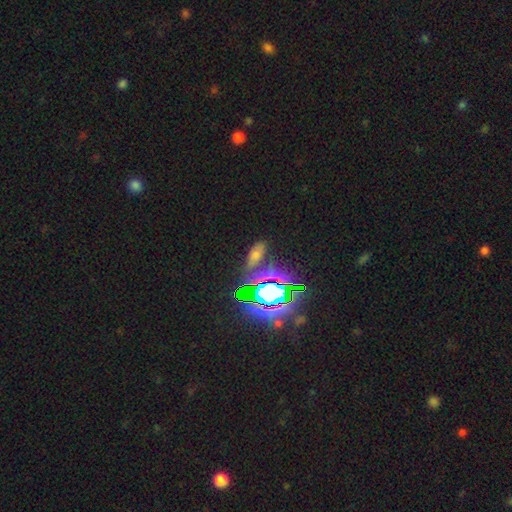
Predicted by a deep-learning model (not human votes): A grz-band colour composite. It shows a star or artifact, not a galaxy (44%).